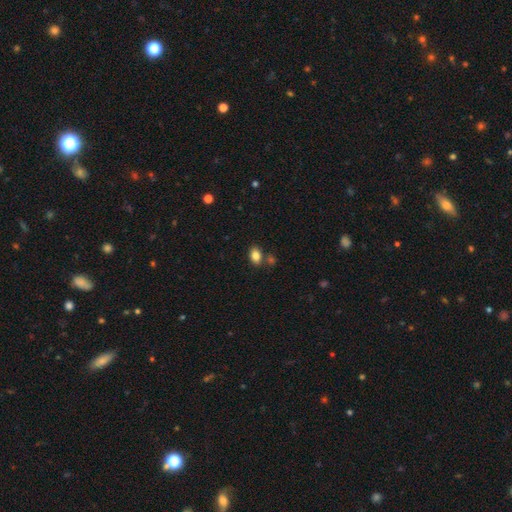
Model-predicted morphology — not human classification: This appears to be a smooth galaxy with no disk features (84%) that is in between round and cigar-shaped (82%). Merging: none (72%).